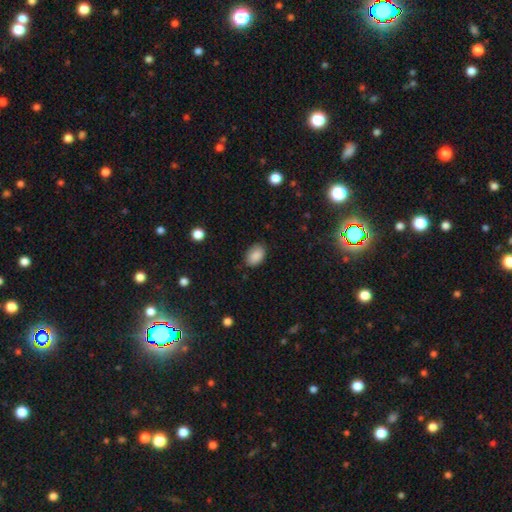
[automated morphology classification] Overall: smooth (88%). How rounded: in between (86%). Merging: none (83%).